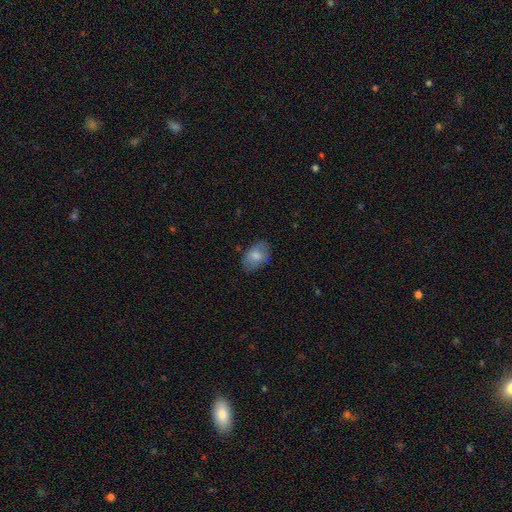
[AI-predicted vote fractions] smooth-or-featured: smooth: 77% | featured or disk: 15% | star or artifact: 7%
  how-rounded: in between: 87% | round: 12% | cigar-shaped: 1%
  merging: none: 71% | minor disturbance: 22% | major disturbance: 5% | merger: 1%